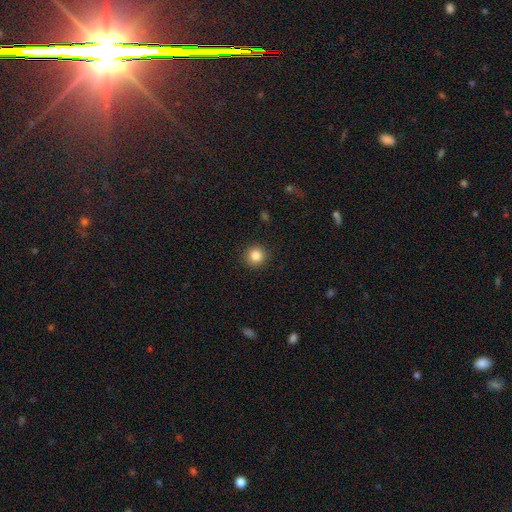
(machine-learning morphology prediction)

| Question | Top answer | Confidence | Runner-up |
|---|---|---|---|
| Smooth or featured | smooth | 85% | star or artifact (11%) |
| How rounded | round | 94% | in between (5%) |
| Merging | none | 91% | minor disturbance (6%) |